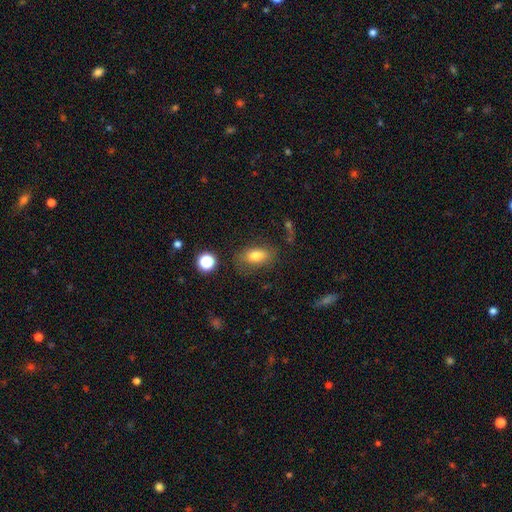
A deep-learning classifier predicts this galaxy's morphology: A smooth galaxy with no disk features (77%) that is in between round and cigar-shaped (83%). Merging: none (73%).